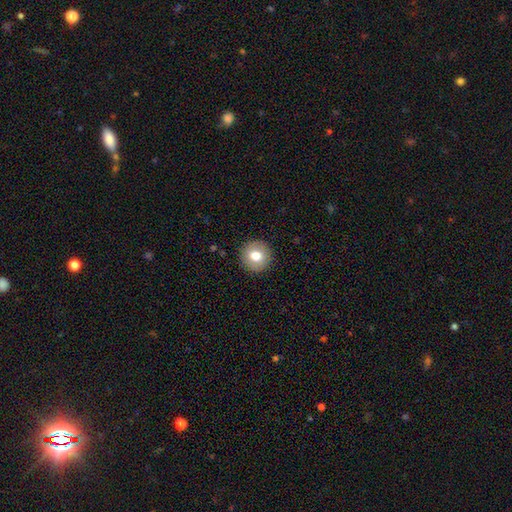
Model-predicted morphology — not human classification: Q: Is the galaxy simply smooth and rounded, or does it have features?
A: smooth — 75%.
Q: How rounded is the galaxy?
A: round — 94%.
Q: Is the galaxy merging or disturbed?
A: none — 92%.